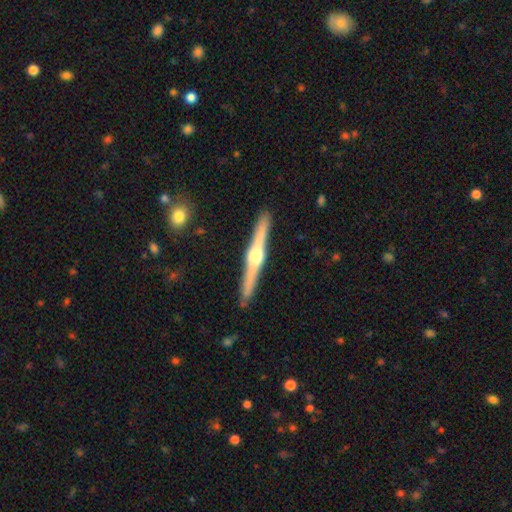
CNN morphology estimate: Smooth or featured? featured or disk (80%)
Edge-on disk? yes (98%)
Edge-on bulge? rounded (94%)
Merging? none (90%)